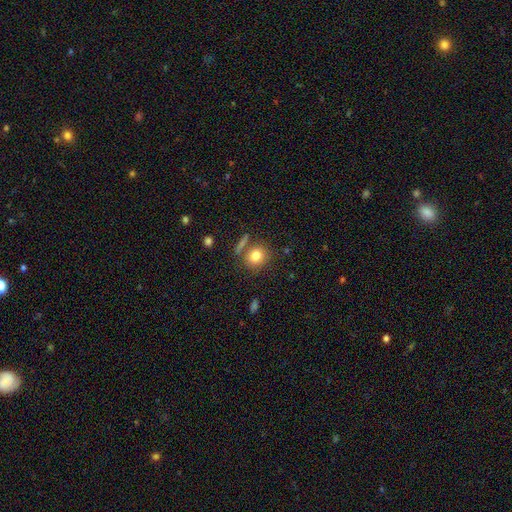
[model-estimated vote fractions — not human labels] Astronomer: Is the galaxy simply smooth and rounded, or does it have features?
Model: smooth — 80%.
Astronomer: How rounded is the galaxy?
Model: round — 76%.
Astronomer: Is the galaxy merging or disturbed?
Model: none — 72%.